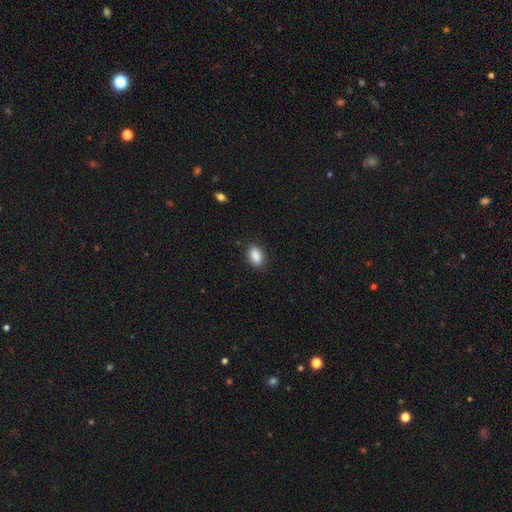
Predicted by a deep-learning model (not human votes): Q: Smooth or featured?
A: smooth (89%); runner-up: star or artifact (8%)
Q: How rounded?
A: in between (89%); runner-up: round (9%)
Q: Merging?
A: none (88%); runner-up: minor disturbance (9%)